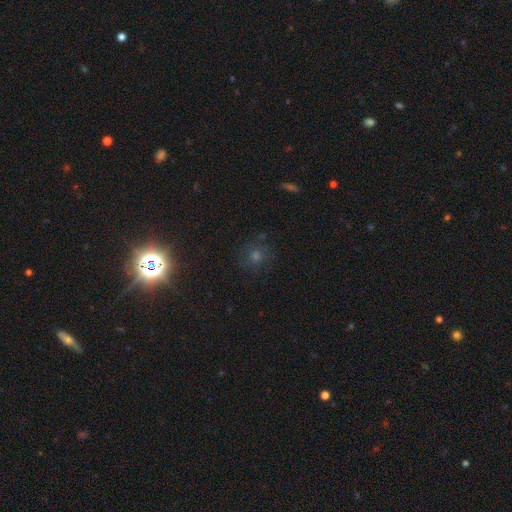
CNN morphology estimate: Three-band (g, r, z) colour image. It shows a star or artifact, not a galaxy (49%).